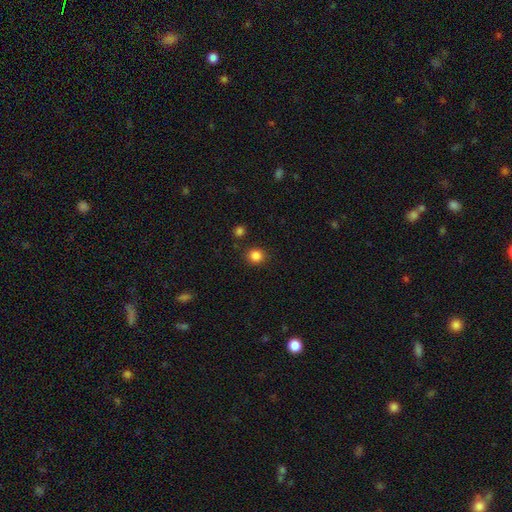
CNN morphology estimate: This appears to be a smooth galaxy with no disk features (85%) that is round (88%). Merging: none (88%).